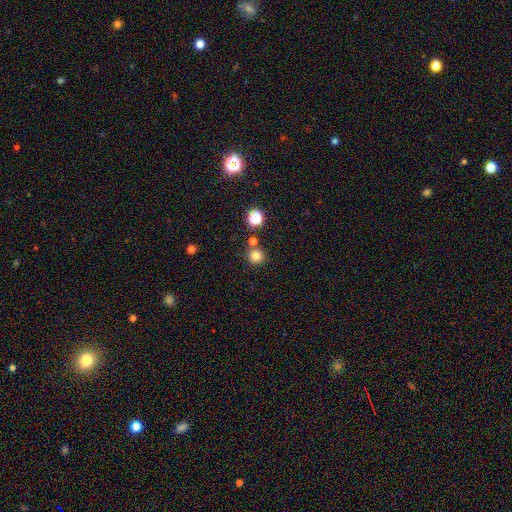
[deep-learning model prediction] Smooth or featured: smooth — 79% (star or artifact — 15%)
How rounded: round — 94% (in between — 5%)
Merging: none — 79% (merger — 11%)